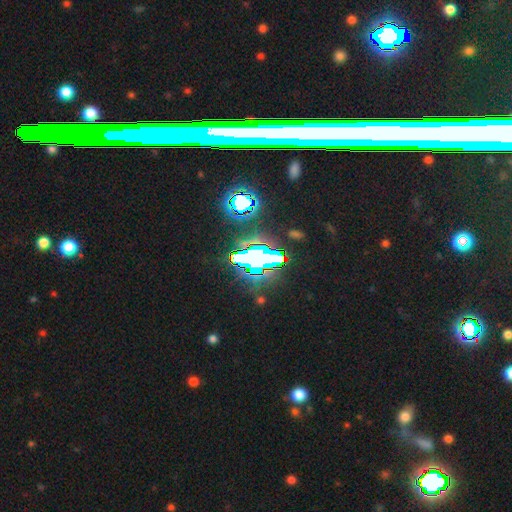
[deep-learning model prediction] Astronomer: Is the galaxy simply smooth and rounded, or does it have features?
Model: star or artifact — 71%.